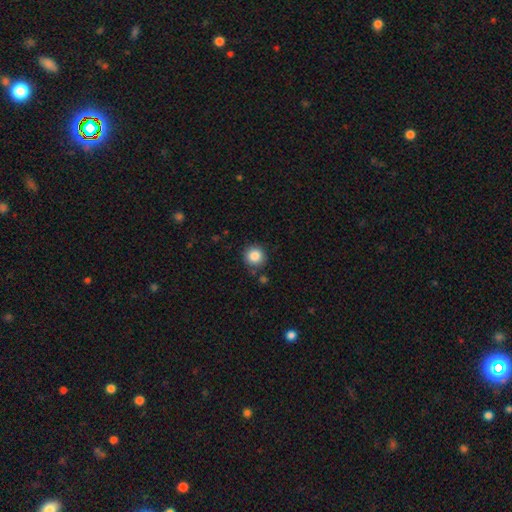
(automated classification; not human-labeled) Smooth or featured? Predicted: smooth (p=0.86). How rounded? Predicted: round (p=0.93). Merging? Predicted: none (p=0.86).